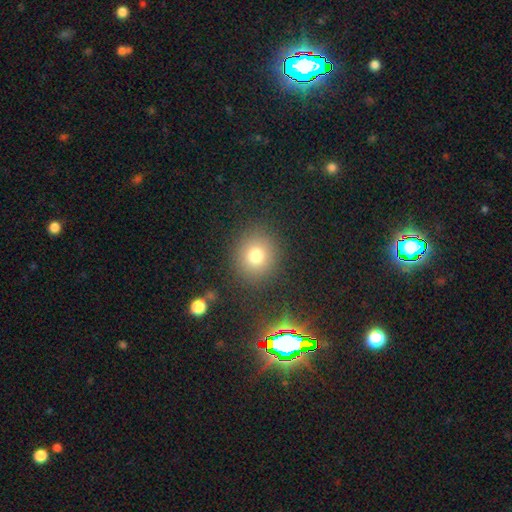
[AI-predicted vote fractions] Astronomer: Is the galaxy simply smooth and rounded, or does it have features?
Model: smooth — 77%.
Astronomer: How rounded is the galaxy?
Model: round — 84%.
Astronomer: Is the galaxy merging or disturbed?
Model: none — 87%.